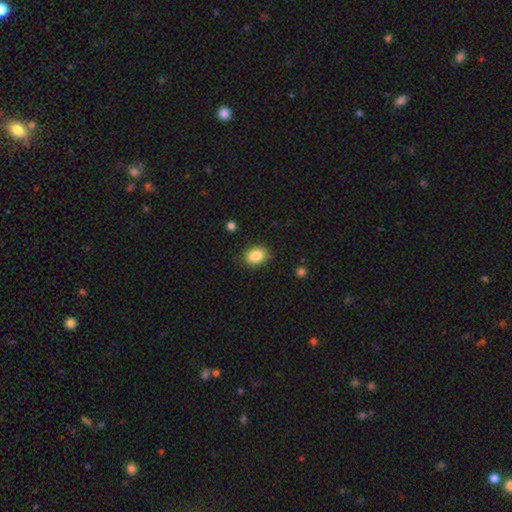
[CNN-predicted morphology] Overall: smooth (85%). How rounded: in between (65%; round 34%). Merging: none (81%).